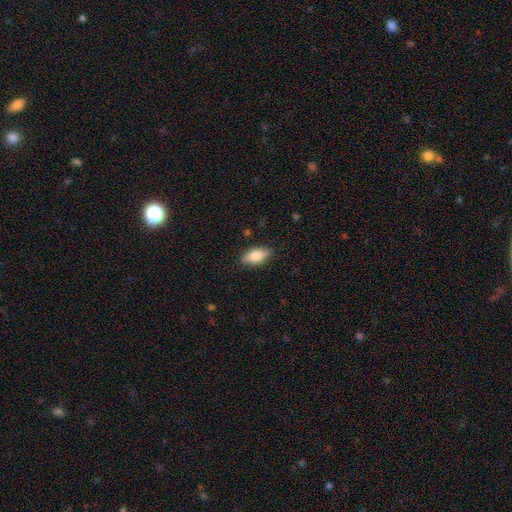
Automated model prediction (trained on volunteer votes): Morphology: type=smooth (78%); roundness=in between (86%); merging=none (85%).